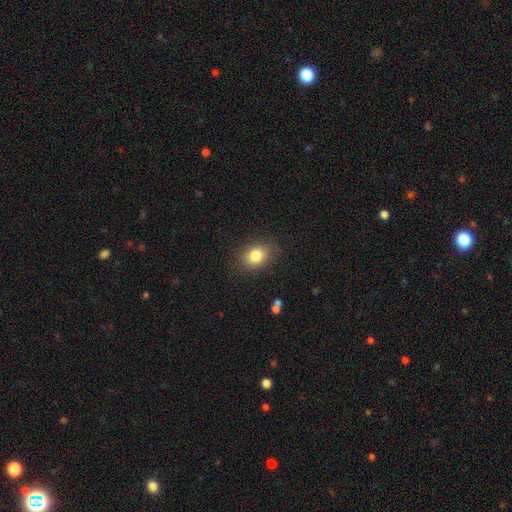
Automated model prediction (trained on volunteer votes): Smooth or featured?
  - smooth: 82% *
  - star or artifact: 10%
  - featured or disk: 8%
How rounded?
  - in between: 55% *
  - round: 44%
  - cigar-shaped: 1%
Merging?
  - none: 85% *
  - minor disturbance: 11%
  - major disturbance: 3%
  - merger: 1%